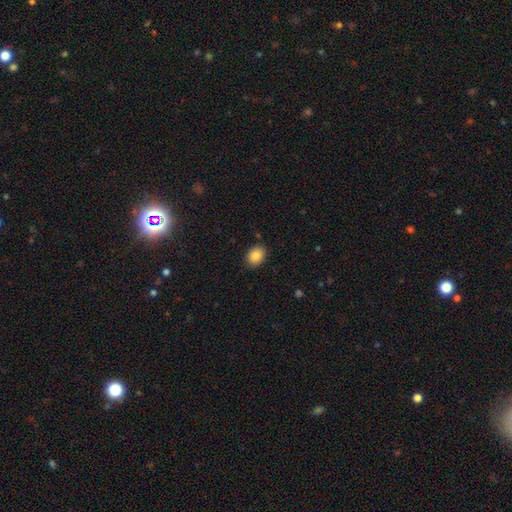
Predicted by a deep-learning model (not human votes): smooth_or_featured: smooth (p=0.86) [alt: star or artifact p=0.08]
how_rounded: in between (p=0.65) [alt: round p=0.34]
merging: none (p=0.87) [alt: minor disturbance p=0.09]